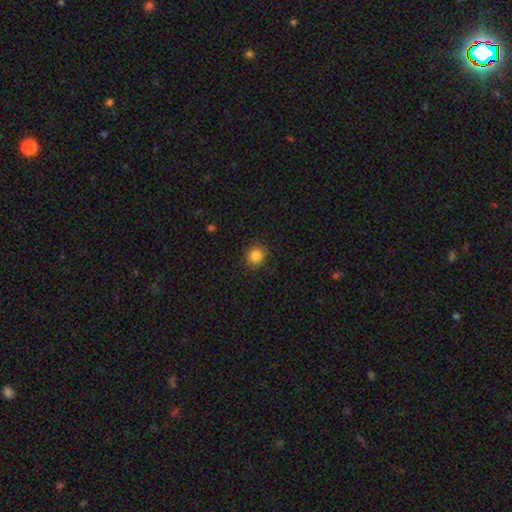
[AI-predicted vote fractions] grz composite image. It shows a smooth galaxy with no disk features (84%) that is round (87%). Merging: none (90%).